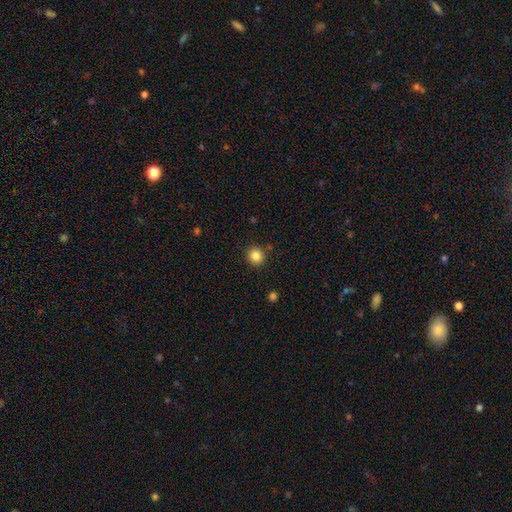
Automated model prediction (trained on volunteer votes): Smooth or featured?
  - smooth: 84% *
  - star or artifact: 11%
  - featured or disk: 5%
How rounded?
  - round: 91% *
  - in between: 8%
  - cigar-shaped: 1%
Merging?
  - none: 89% *
  - minor disturbance: 7%
  - merger: 2%
  - major disturbance: 2%